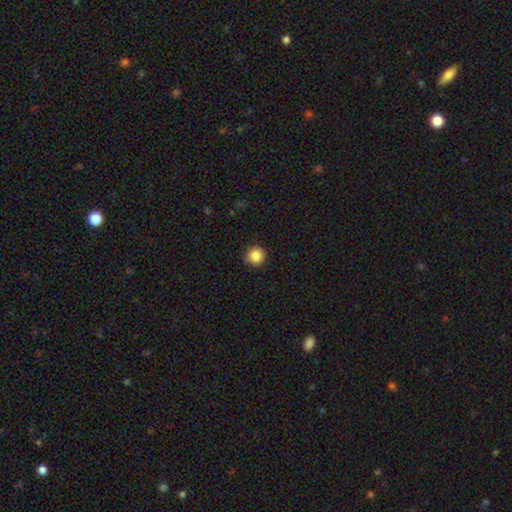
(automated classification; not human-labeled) A smooth galaxy with no disk features (86%) that is round (95%).

Vote fractions:
- Smooth or featured? smooth: 86% / star or artifact: 10% / featured or disk: 4%
- How rounded? round: 95% / in between: 5% / cigar-shaped: 1%
- Merging? none: 88% / minor disturbance: 9% / major disturbance: 2% / merger: 1%